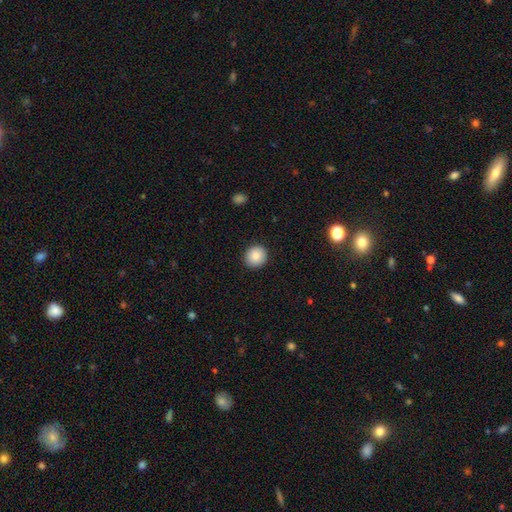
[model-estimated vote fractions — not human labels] Smooth or featured? smooth (87%)
How rounded? round (92%)
Merging? none (92%)